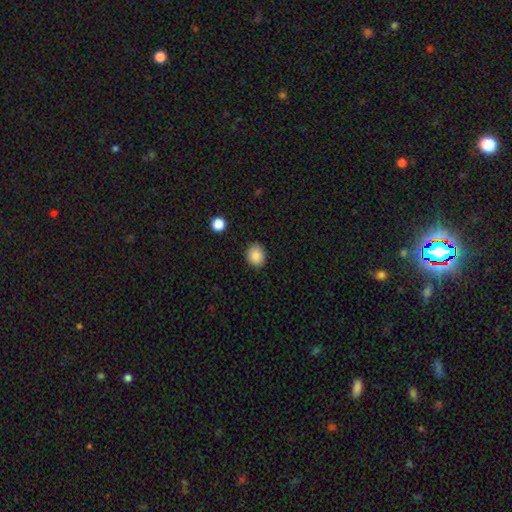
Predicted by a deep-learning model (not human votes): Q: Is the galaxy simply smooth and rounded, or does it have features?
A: smooth — 86%.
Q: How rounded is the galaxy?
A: round — 57%.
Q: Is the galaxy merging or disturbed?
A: none — 87%.